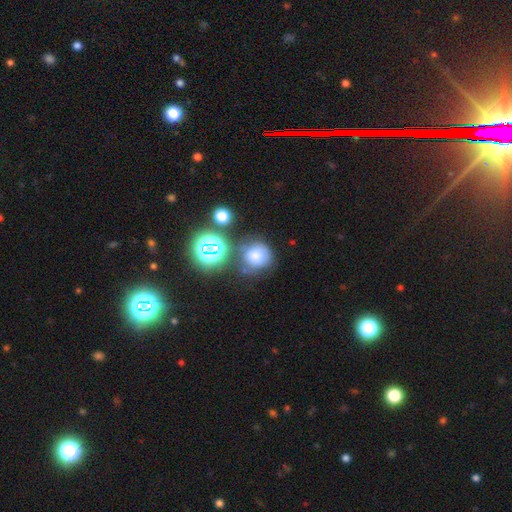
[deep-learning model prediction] Smooth or featured: smooth — 67% (star or artifact — 20%)
How rounded: round — 88% (in between — 11%)
Merging: none — 58% (minor disturbance — 18%)